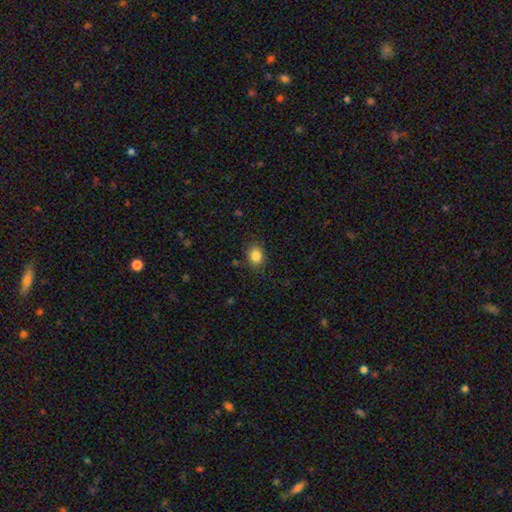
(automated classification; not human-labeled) smooth_or_featured: smooth (p=0.85) [alt: star or artifact p=0.10]
how_rounded: round (p=0.60) [alt: in between p=0.39]
merging: none (p=0.84) [alt: minor disturbance p=0.11]